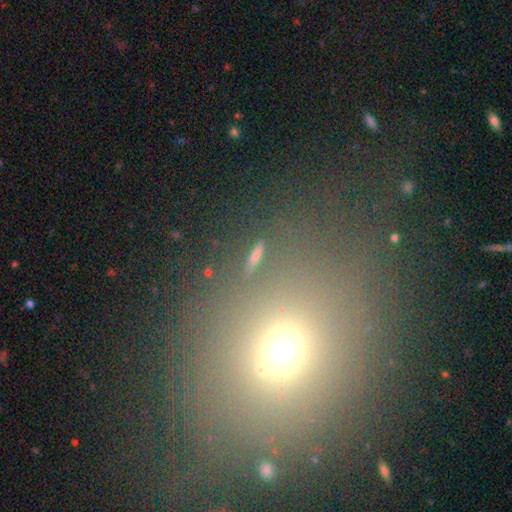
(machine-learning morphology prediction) smooth_or_featured: smooth (p=0.49) [alt: star or artifact p=0.39]
merging: none (p=0.76) [alt: minor disturbance p=0.10]